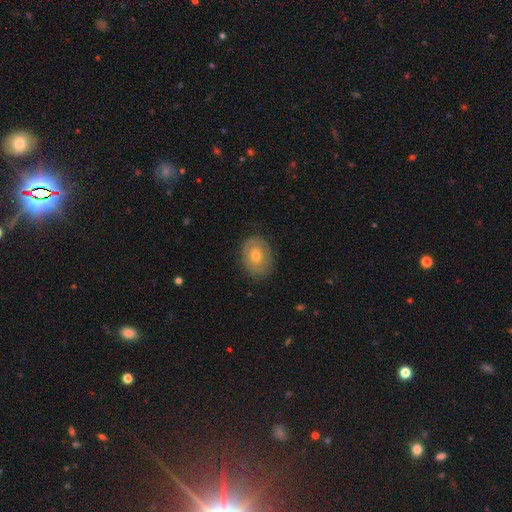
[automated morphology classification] smooth-or-featured: smooth: 49% | featured or disk: 43% | star or artifact: 8%
  merging: none: 81% | minor disturbance: 14% | major disturbance: 4% | merger: 1%